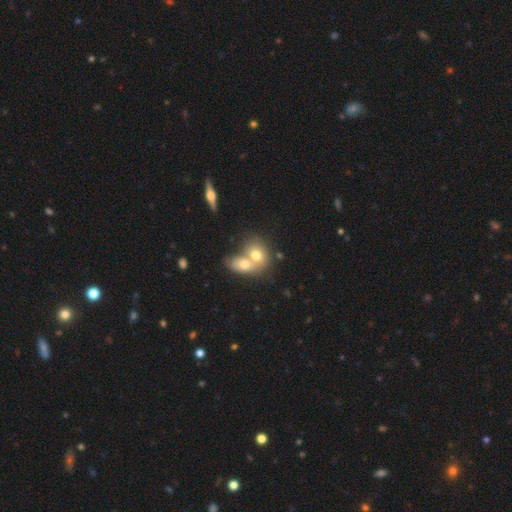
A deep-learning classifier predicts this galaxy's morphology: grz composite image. It shows a smooth galaxy with no disk features (63%) that is in between round and cigar-shaped (55%). Merging: merger (68%).